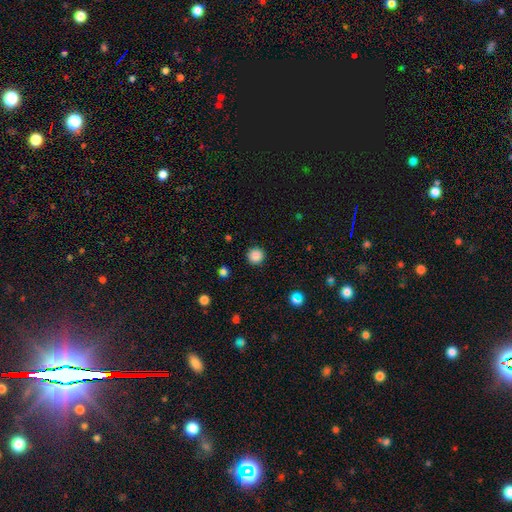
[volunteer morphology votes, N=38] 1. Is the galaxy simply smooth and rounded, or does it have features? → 87% smooth, 11% star or artifact, 3% featured or disk.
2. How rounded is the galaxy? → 100% round, 0% in between, 0% cigar-shaped.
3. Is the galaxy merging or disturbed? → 91% none, 6% merger, 3% major disturbance, 0% minor disturbance.